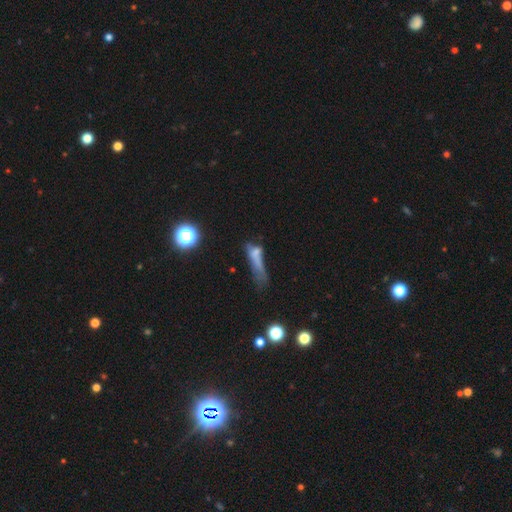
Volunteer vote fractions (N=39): Smooth or featured?
  - smooth: 49% *
  - featured or disk: 41%
  - star or artifact: 10%
How rounded?
  - in between: 63% *
  - cigar-shaped: 37%
  - round: 0%
Merging?
  - major disturbance: 37% *
  - none: 29%
  - minor disturbance: 20%
  - merger: 14%